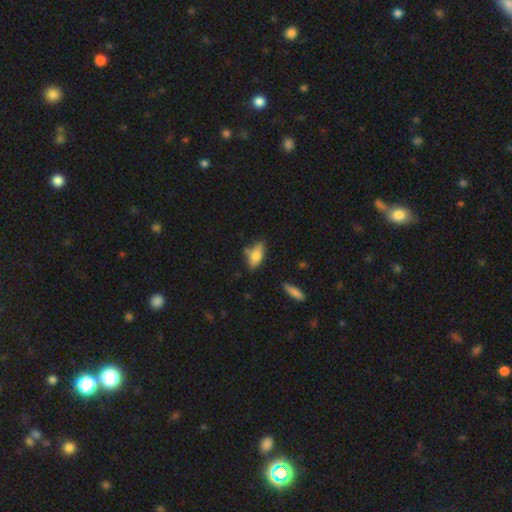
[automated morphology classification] The model was most divided on "merging": none: 55%, minor disturbance: 29%, merger: 8%, major disturbance: 7%. More confident: how rounded — in between (85%); smooth or featured — smooth (73%).